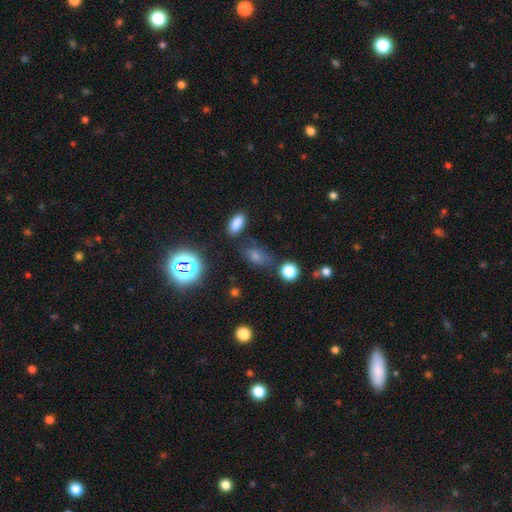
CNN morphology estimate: This appears to be a smooth galaxy with no disk features (54%) that is in between round and cigar-shaped (74%). Merging: none (73%).